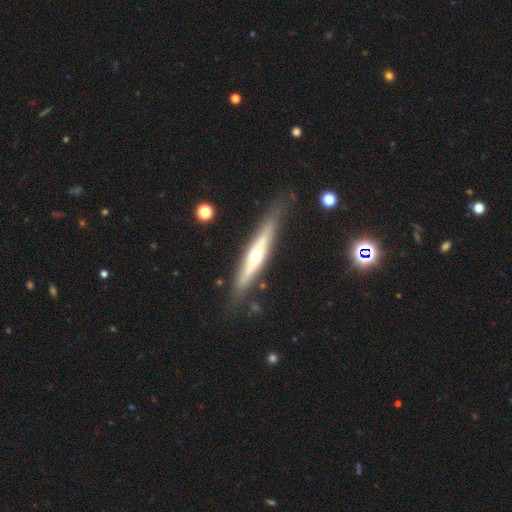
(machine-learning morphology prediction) The model was most divided on "smooth or featured": featured or disk: 64%, smooth: 30%, star or artifact: 6%. More confident: edge-on disk — yes (87%); edge-on bulge — rounded (85%); merging — none (80%).